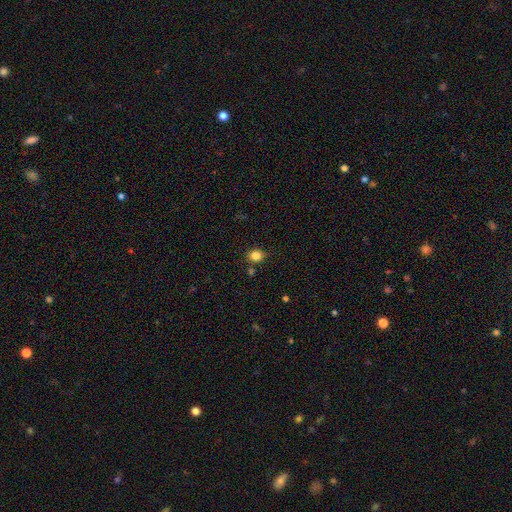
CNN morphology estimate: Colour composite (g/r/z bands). It shows a smooth galaxy with no disk features (83%) that is round (65%). Merging: none (80%).